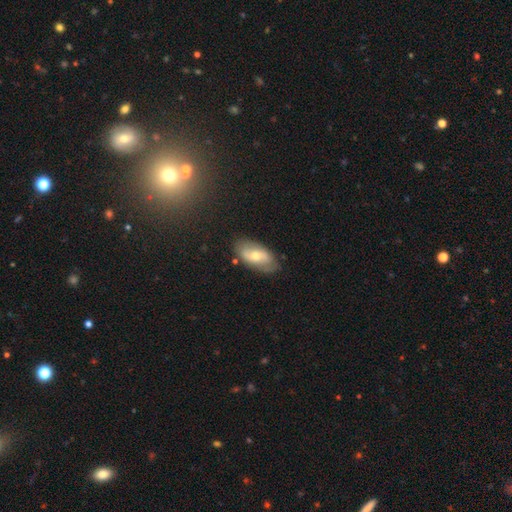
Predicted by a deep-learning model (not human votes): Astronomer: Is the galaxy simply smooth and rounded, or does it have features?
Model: smooth — 49% (runner-up: featured or disk, 44%).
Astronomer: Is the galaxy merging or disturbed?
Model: none — 75%.